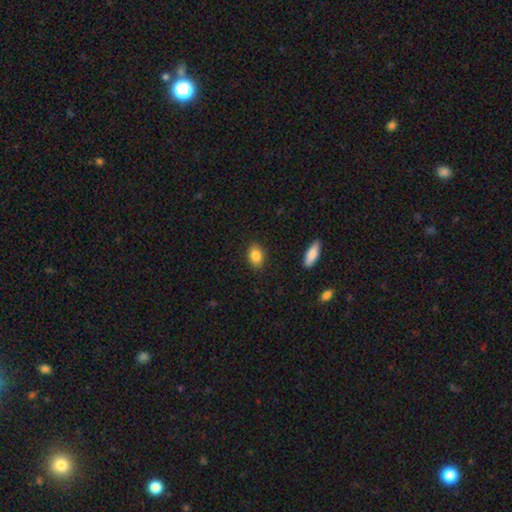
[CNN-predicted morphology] Overall: smooth (86%). How rounded: in between (75%). Merging: none (88%).